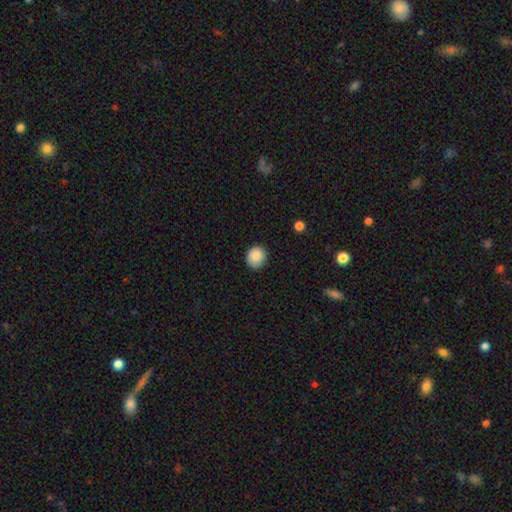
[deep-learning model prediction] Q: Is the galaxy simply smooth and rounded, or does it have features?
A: smooth — 88%.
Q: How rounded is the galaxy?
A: round — 82%.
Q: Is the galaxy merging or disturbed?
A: none — 85%.